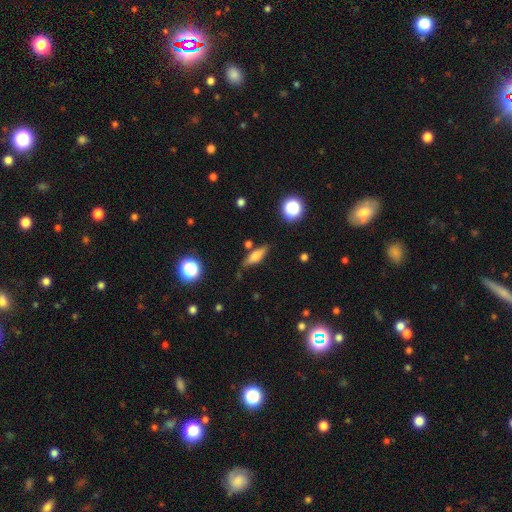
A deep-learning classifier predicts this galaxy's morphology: smooth_or_featured: smooth (p=0.59) [alt: featured or disk p=0.31]
how_rounded: cigar-shaped (p=0.54) [alt: in between p=0.42]
merging: none (p=0.78) [alt: minor disturbance p=0.14]